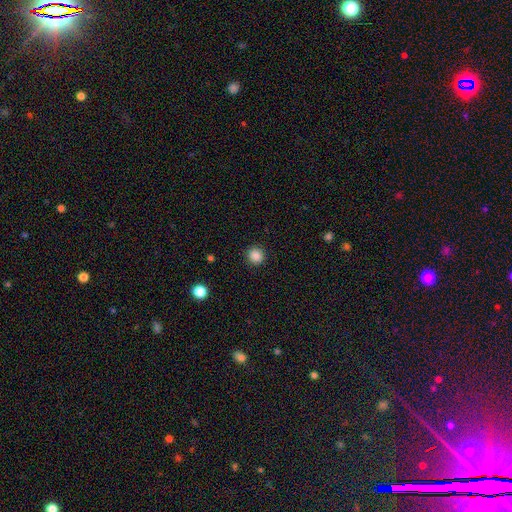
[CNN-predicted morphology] Smooth or featured? Predicted: smooth (p=0.86). How rounded? Predicted: round (p=0.93). Merging? Predicted: none (p=0.92).